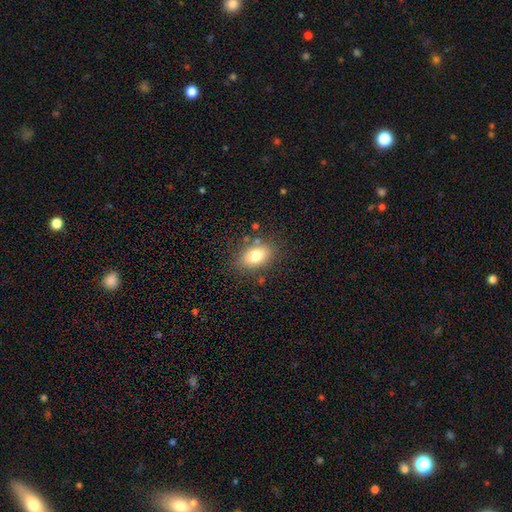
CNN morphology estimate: Smooth or featured? Predicted: smooth (p=0.79). How rounded? Predicted: in between (p=0.86). Merging? Predicted: none (p=0.79).